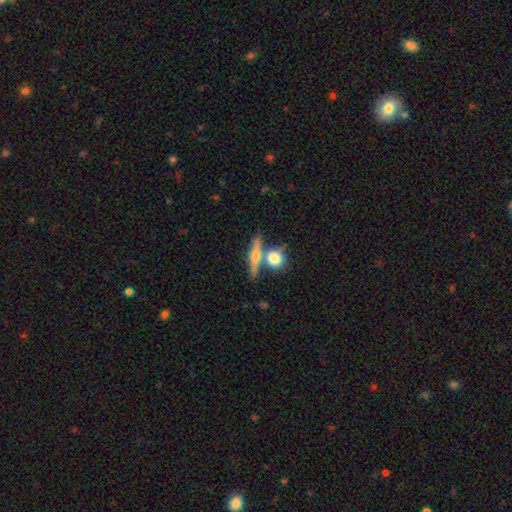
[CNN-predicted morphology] The model was most divided on "smooth or featured": featured or disk: 56%, smooth: 36%, star or artifact: 9%. More confident: edge-on disk — yes (92%); edge-on bulge — rounded (90%); merging — none (65%).